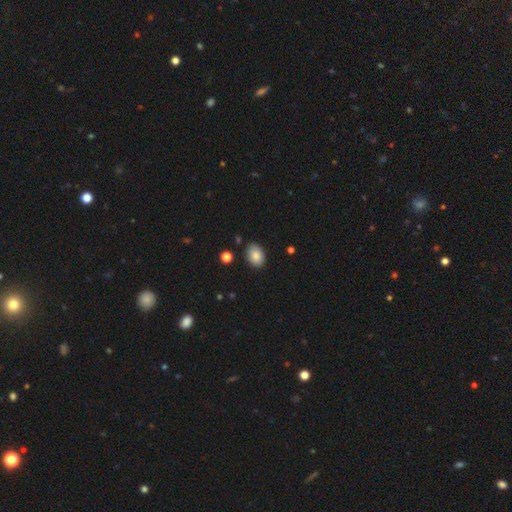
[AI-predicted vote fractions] A smooth galaxy with no disk features (86%) that is in between round and cigar-shaped (81%). Merging: none (83%).